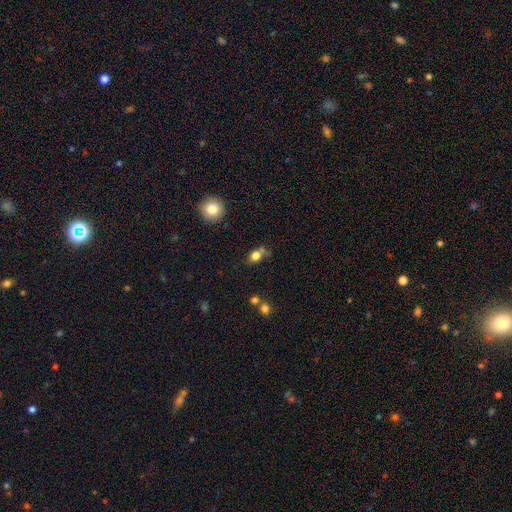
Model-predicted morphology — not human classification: Smooth or featured: smooth — 78% (star or artifact — 11%)
How rounded: in between — 66% (round — 31%)
Merging: none — 57% (merger — 20%)